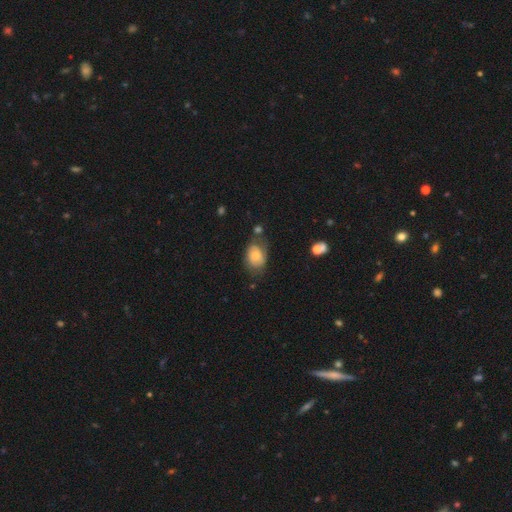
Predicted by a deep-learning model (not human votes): This appears to be a smooth galaxy with no disk features (62%) that is in between round and cigar-shaped (76%). Merging: none (52%).